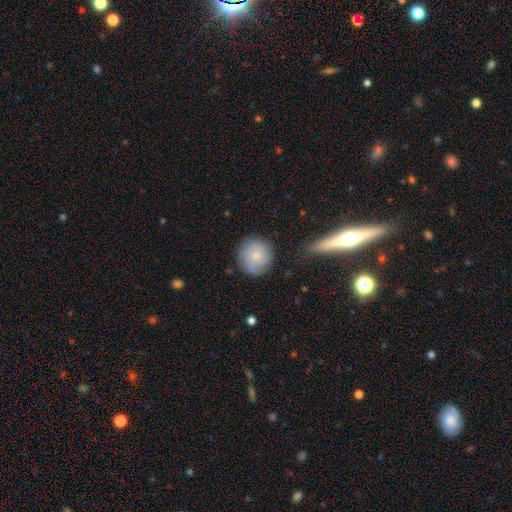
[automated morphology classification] Q: Smooth or featured?
A: smooth (67%); runner-up: featured or disk (25%)
Q: How rounded?
A: round (93%); runner-up: in between (6%)
Q: Merging?
A: none (77%); runner-up: minor disturbance (15%)